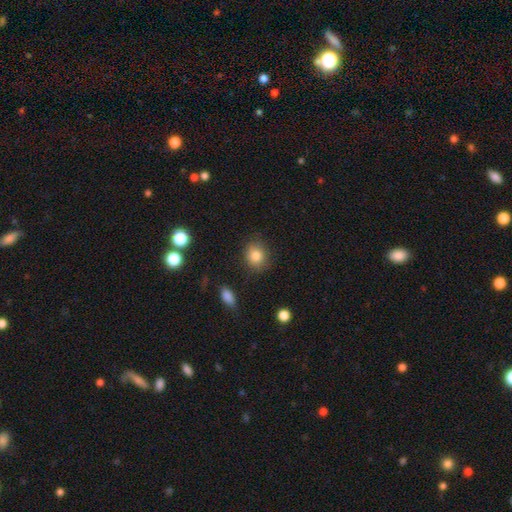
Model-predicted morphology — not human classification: A smooth galaxy with no disk features (84%) that is round (71%). Merging: none (84%).